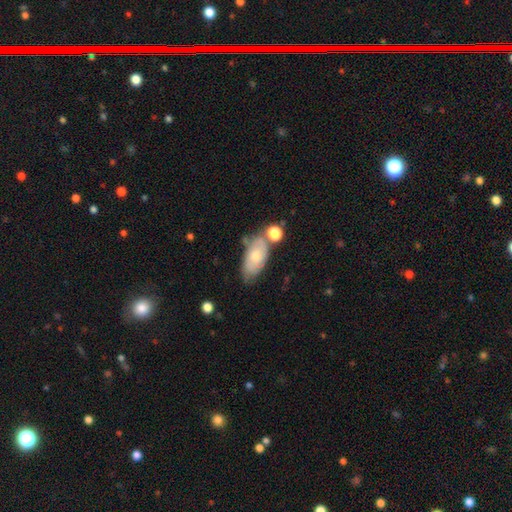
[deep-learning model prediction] smooth-or-featured: smooth: 56% | featured or disk: 37% | star or artifact: 7%
  how-rounded: in between: 89% | cigar-shaped: 6% | round: 5%
  merging: none: 52% | minor disturbance: 23% | merger: 17% | major disturbance: 8%